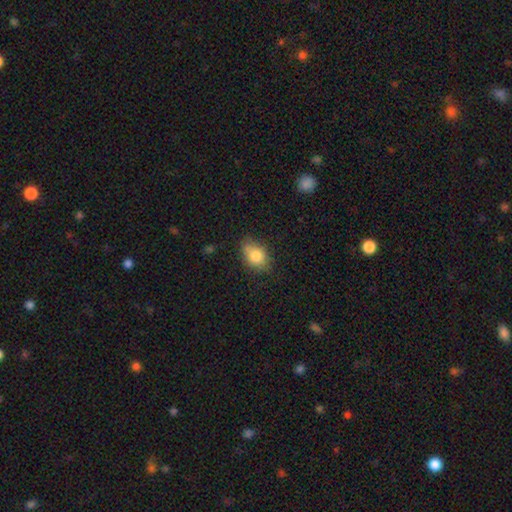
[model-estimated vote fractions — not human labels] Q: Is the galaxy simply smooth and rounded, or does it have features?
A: smooth — 81%.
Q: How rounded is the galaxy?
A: in between — 73%.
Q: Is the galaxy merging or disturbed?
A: none — 61%.